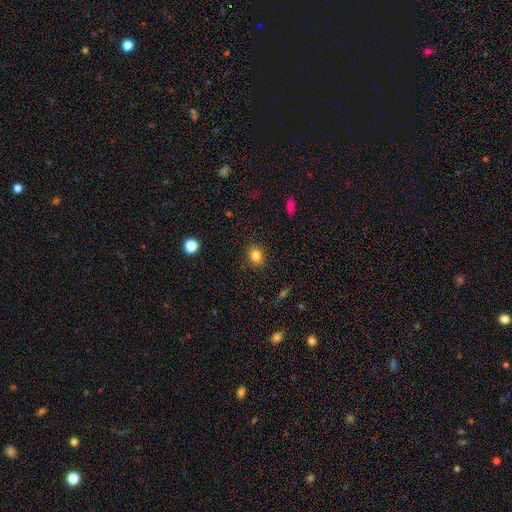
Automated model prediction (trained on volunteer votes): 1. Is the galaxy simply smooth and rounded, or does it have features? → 83% smooth, 11% star or artifact, 6% featured or disk.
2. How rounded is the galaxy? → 65% round, 34% in between, 1% cigar-shaped.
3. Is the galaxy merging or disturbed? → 88% none, 9% minor disturbance, 2% major disturbance, 1% merger.